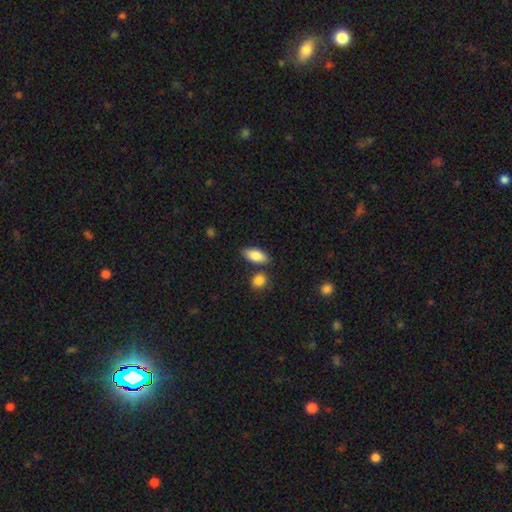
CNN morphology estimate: Smooth or featured? Predicted: smooth (p=0.85). How rounded? Predicted: in between (p=0.87). Merging? Predicted: none (p=0.77).